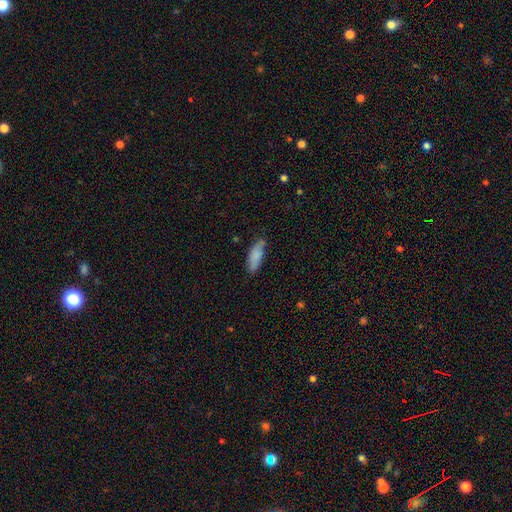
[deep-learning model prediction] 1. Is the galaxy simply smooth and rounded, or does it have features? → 84% smooth, 9% featured or disk, 6% star or artifact.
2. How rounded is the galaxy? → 64% in between, 35% cigar-shaped, 2% round.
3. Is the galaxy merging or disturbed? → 71% none, 23% minor disturbance, 4% major disturbance, 2% merger.